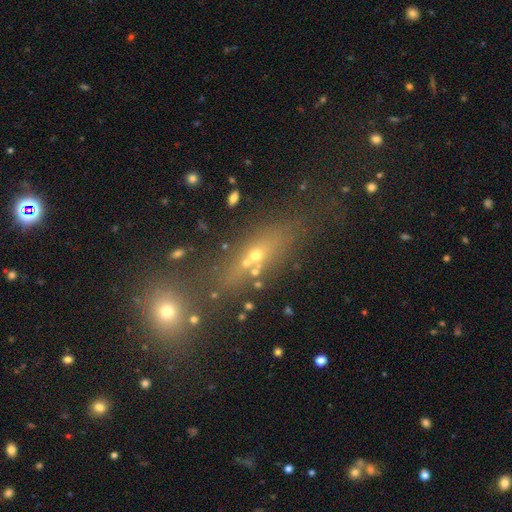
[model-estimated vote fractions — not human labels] Smooth or featured: smooth — 46% (star or artifact — 28%)
Merging: none — 59% (merger — 21%)